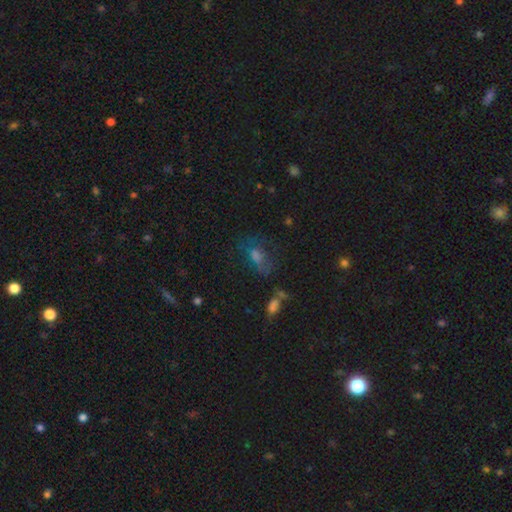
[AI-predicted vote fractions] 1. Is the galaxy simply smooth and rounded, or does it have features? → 45% smooth, 29% star or artifact, 26% featured or disk.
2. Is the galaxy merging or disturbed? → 50% none, 21% major disturbance, 21% minor disturbance, 8% merger.